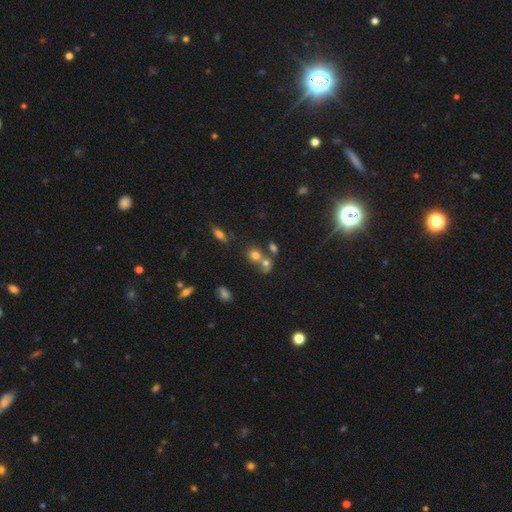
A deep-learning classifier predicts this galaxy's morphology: This appears to be a smooth galaxy with no disk features (66%) that is round (68%). Merging: merger (46%).